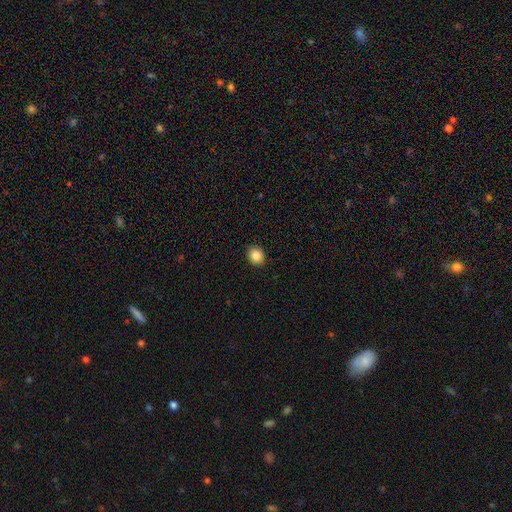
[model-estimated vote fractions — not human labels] Smooth or featured? smooth (86%)
How rounded? round (73%)
Merging? none (91%)